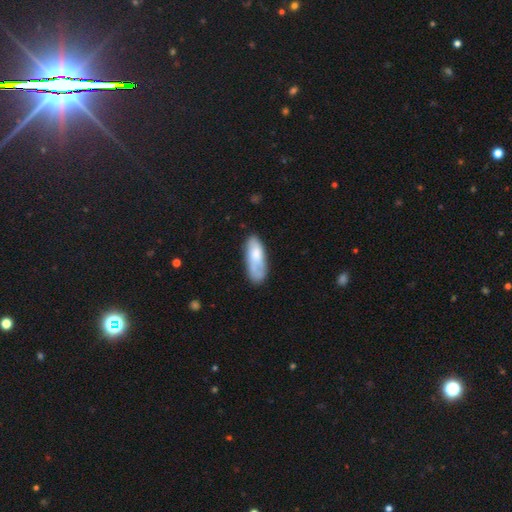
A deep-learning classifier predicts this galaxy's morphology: Smooth or featured? Predicted: smooth (p=0.70). How rounded? Predicted: in between (p=0.70). Merging? Predicted: none (p=0.55).